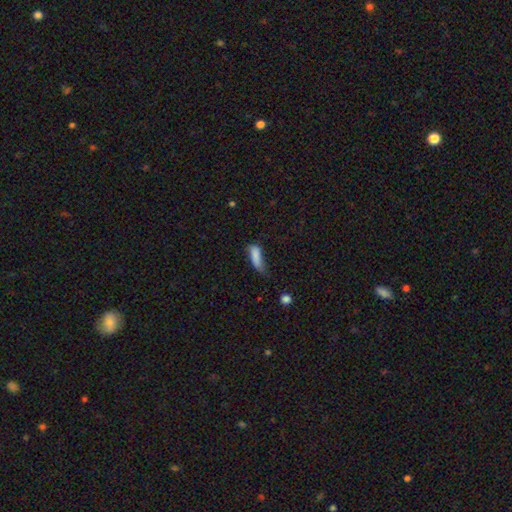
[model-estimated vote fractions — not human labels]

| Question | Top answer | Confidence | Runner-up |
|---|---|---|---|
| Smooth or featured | smooth | 81% | featured or disk (10%) |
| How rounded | in between | 51% | cigar-shaped (46%) |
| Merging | minor disturbance | 41% | none (33%) |